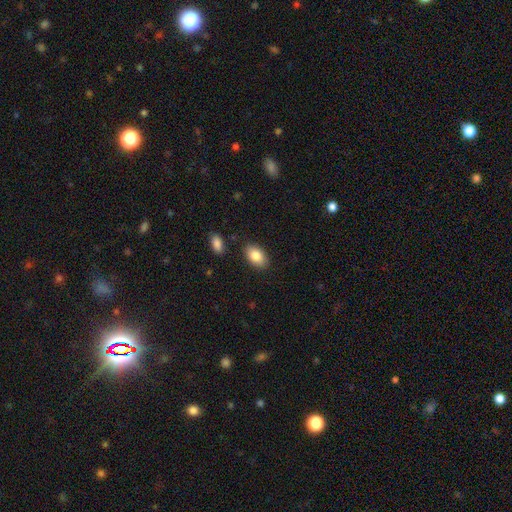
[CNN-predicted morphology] type=smooth (86%); roundness=in between (92%); merging=none (86%).